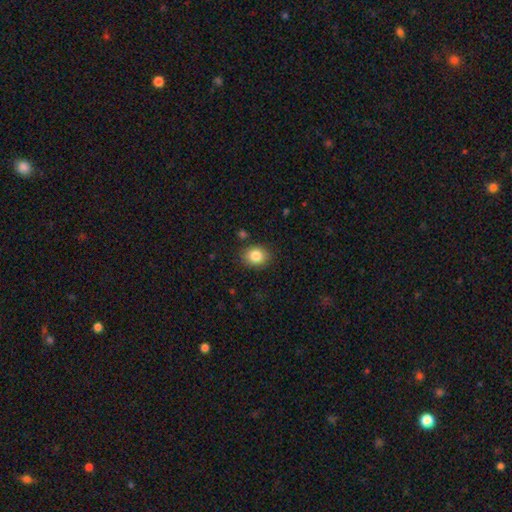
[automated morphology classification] The model was most divided on "how rounded": round: 57%, in between: 42%, cigar-shaped: 1%. More confident: merging — none (86%); smooth or featured — smooth (84%).